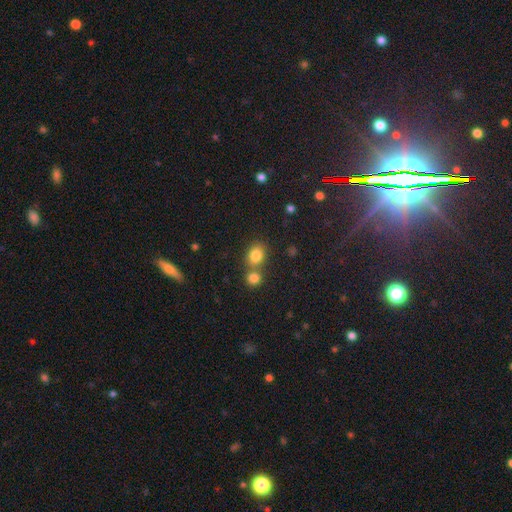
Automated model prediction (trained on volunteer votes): This appears to be a smooth galaxy with no disk features (82%) that is round (52%). Merging: none (55%).